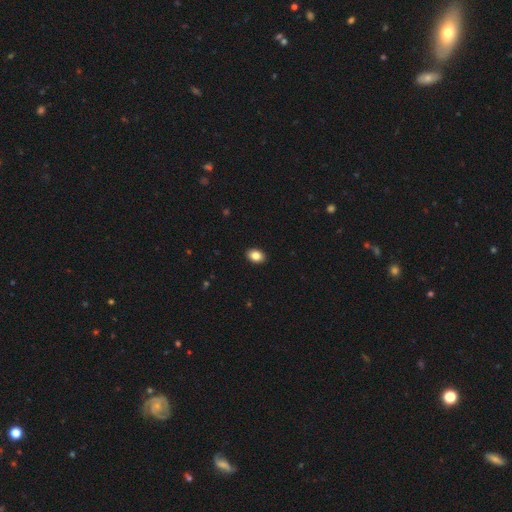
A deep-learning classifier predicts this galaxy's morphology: Smooth or featured? smooth (85%)
How rounded? in between (77%)
Merging? none (92%)